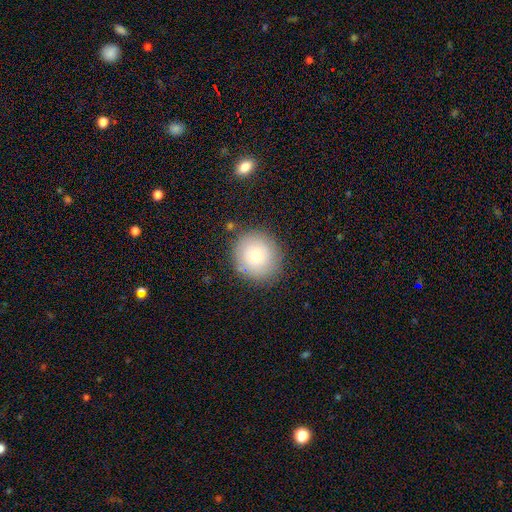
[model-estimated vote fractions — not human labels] A smooth galaxy with no disk features (69%) that is round (91%). Merging: none (84%).